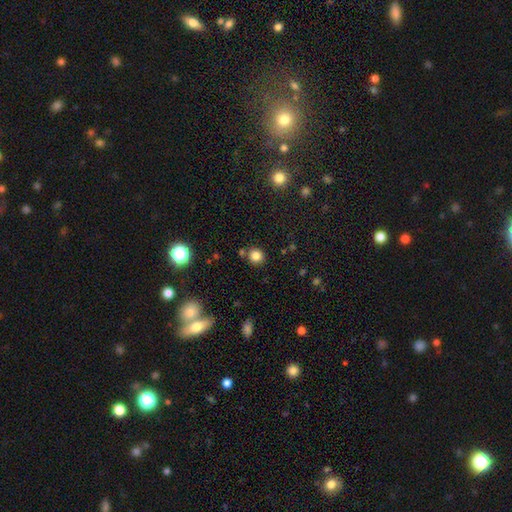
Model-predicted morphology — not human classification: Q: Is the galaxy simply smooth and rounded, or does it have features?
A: smooth — 81%.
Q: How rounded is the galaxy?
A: round — 88%.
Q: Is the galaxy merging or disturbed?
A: none — 82%.